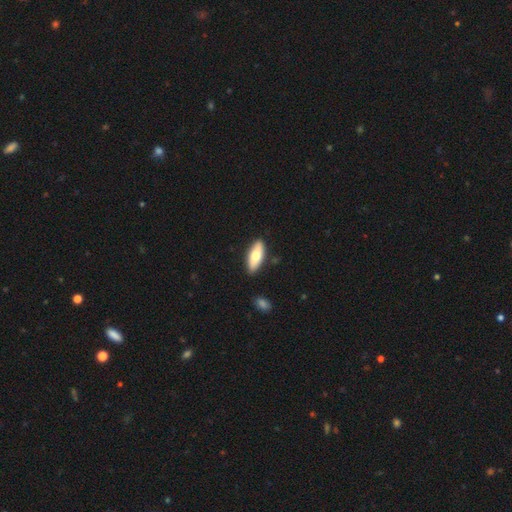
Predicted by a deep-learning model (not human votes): Q: Smooth or featured?
A: smooth (71%); runner-up: featured or disk (24%)
Q: How rounded?
A: in between (71%); runner-up: cigar-shaped (27%)
Q: Merging?
A: none (86%); runner-up: minor disturbance (10%)